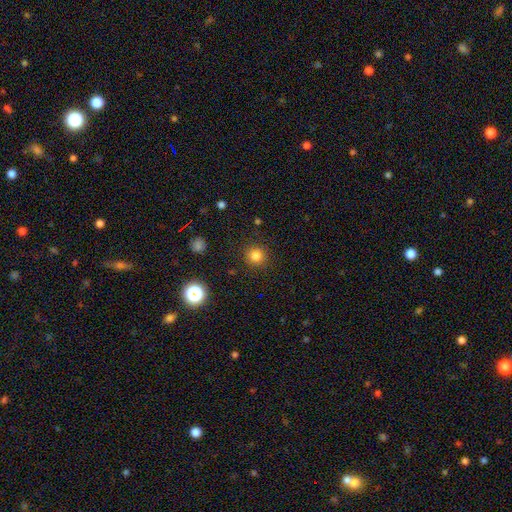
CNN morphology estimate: smooth-or-featured: smooth: 80% | star or artifact: 15% | featured or disk: 5%
  how-rounded: round: 94% | in between: 5% | cigar-shaped: 1%
  merging: none: 89% | minor disturbance: 7% | major disturbance: 3% | merger: 1%